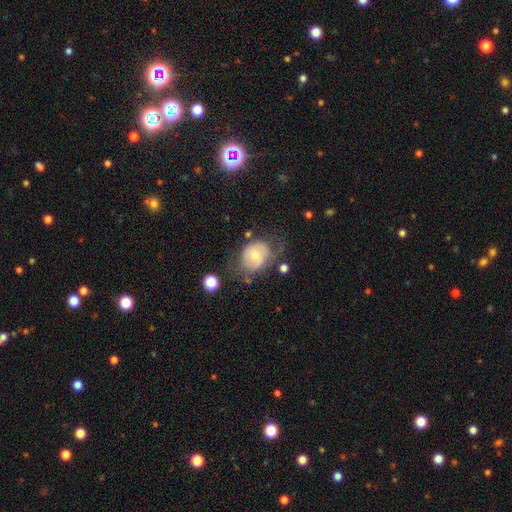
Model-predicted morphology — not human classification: Smooth or featured: smooth — 49% (featured or disk — 43%)
Merging: none — 46% (minor disturbance — 29%)